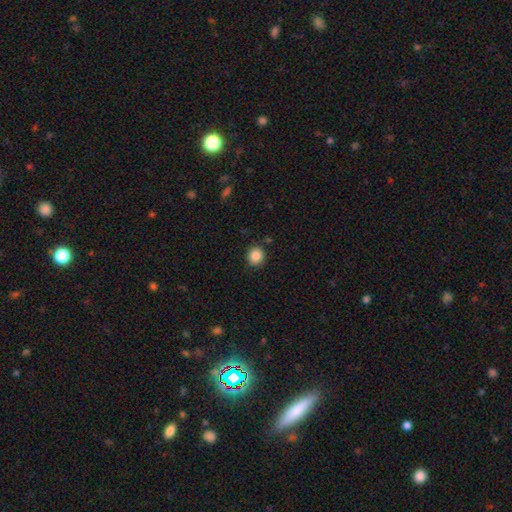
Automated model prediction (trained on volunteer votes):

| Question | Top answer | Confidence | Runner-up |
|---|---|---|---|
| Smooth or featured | smooth | 87% | star or artifact (9%) |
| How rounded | round | 88% | in between (11%) |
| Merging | none | 88% | minor disturbance (7%) |